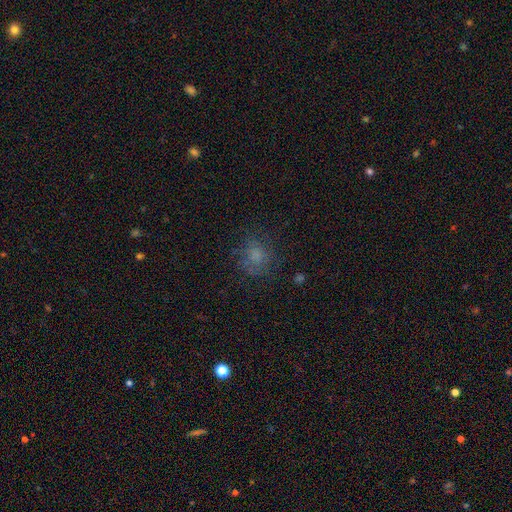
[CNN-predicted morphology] The model was most divided on "smooth or featured": smooth: 63%, featured or disk: 19%, star or artifact: 18%. More confident: how rounded — round (75%); merging — none (70%).